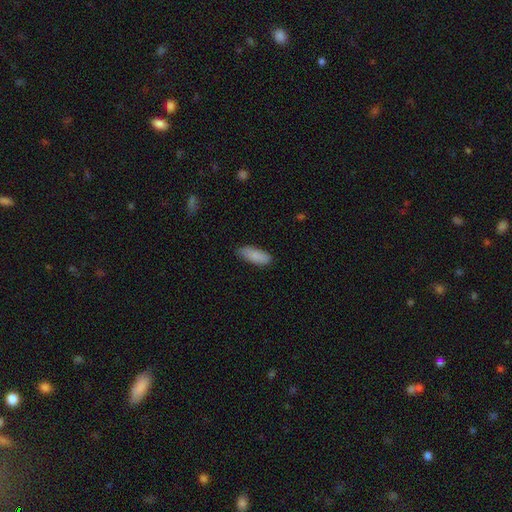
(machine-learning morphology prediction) This is clearly a smooth galaxy (88%). How rounded: likely in between (73%). Merging: clearly none (81%).